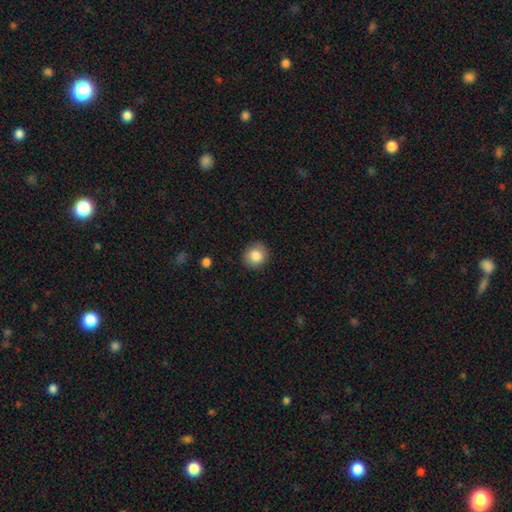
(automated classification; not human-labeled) The model was most divided on "how rounded": round: 83%, in between: 16%, cigar-shaped: 1%. More confident: merging — none (89%); smooth or featured — smooth (85%).